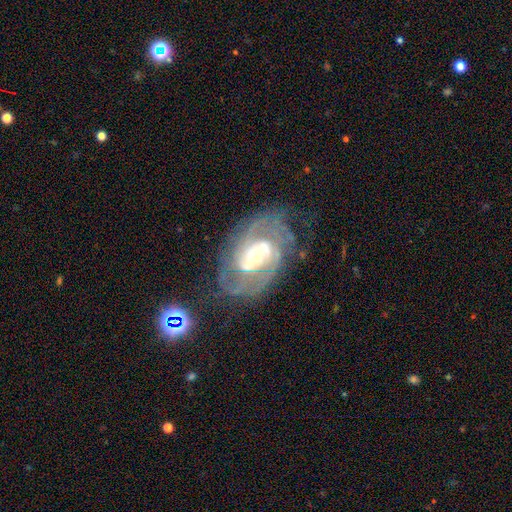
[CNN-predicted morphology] Smooth or featured?
  - featured or disk: 86% *
  - smooth: 8%
  - star or artifact: 6%
Edge-on disk?
  - no: 96% *
  - yes: 4%
Bar?
  - weak: 41% * (tied)
  - strong: 41% * (tied)
  - no: 19%
Spiral arms?
  - yes: 92% *
  - no: 8%
Spiral winding?
  - medium: 42% *
  - tight: 41%
  - loose: 17%
Spiral arm count?
  - 2: 58% *
  - can't tell: 20%
  - 3: 10%
  - 4: 4%
  - 1: 4%
  - more than 4: 3%
Bulge size?
  - moderate: 52% *
  - small: 39%
  - large: 7%
  - none: 1%
  - dominant: 1%
Merging?
  - none: 63% *
  - minor disturbance: 19%
  - major disturbance: 15%
  - merger: 3%